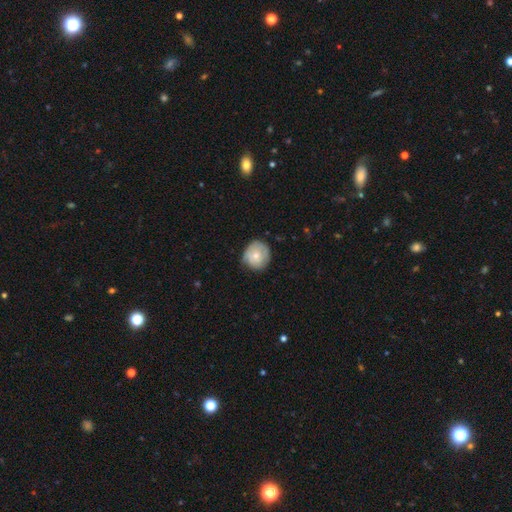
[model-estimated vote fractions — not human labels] smooth-or-featured: smooth: 65% | featured or disk: 29% | star or artifact: 7%
  how-rounded: round: 89% | in between: 10% | cigar-shaped: 1%
  merging: none: 71% | minor disturbance: 24% | major disturbance: 4% | merger: 1%